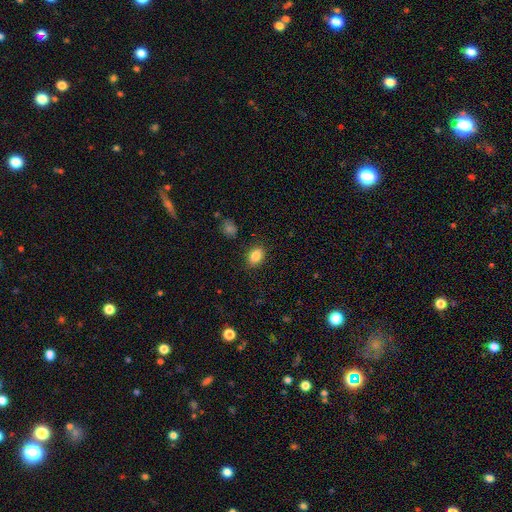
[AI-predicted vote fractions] Q: Smooth or featured?
A: smooth (85%); runner-up: star or artifact (9%)
Q: How rounded?
A: in between (71%); runner-up: round (28%)
Q: Merging?
A: none (86%); runner-up: minor disturbance (10%)